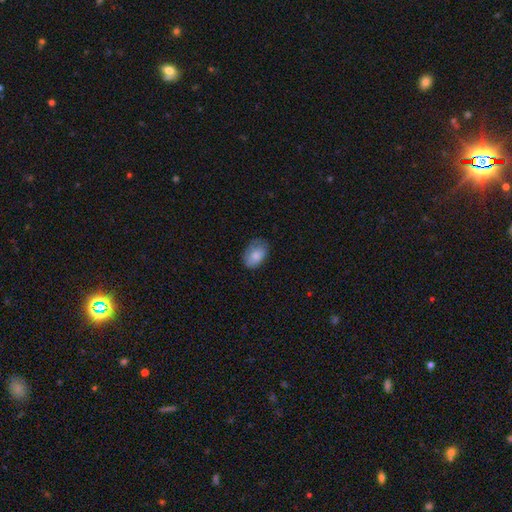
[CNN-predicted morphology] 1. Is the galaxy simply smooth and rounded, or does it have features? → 82% smooth, 11% featured or disk, 7% star or artifact.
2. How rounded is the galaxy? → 86% in between, 13% round, 1% cigar-shaped.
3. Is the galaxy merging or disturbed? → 67% none, 26% minor disturbance, 6% major disturbance, 1% merger.